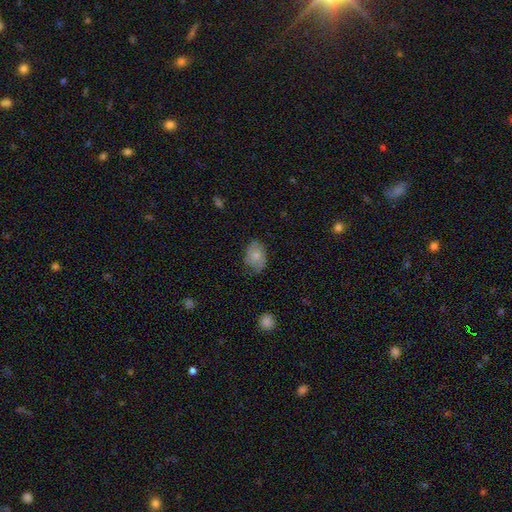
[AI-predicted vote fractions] The model was most divided on "merging": none: 67%, minor disturbance: 26%, major disturbance: 6%, merger: 1%. More confident: how rounded — in between (77%); smooth or featured — smooth (74%).